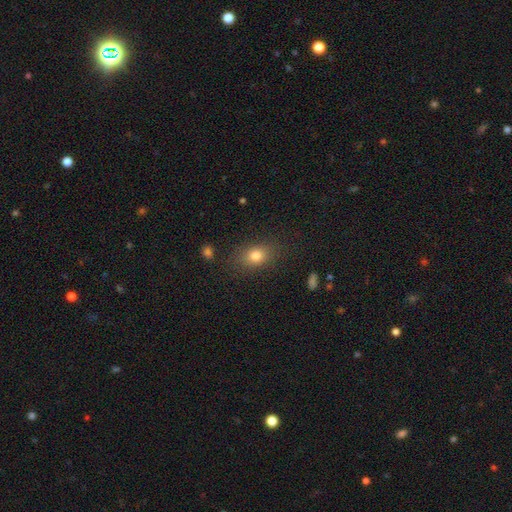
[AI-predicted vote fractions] The model was most divided on "how rounded": in between: 71%, round: 26%, cigar-shaped: 3%. More confident: merging — none (81%); smooth or featured — smooth (79%).